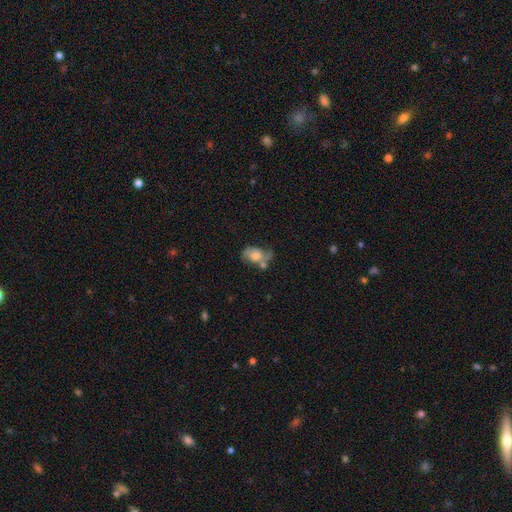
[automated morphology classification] type=featured or disk (47%); merging=none (35%).